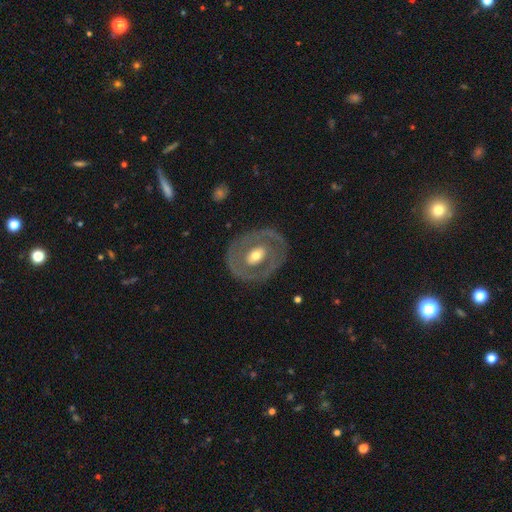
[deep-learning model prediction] smooth_or_featured: featured or disk (p=0.65) [alt: smooth p=0.30]
disk_edge_on: no (p=0.94) [alt: yes p=0.06]
bar: no (p=0.62) [alt: weak p=0.25]
has_spiral_arms: no (p=0.75) [alt: yes p=0.25]
bulge_size: moderate (p=0.66) [alt: small p=0.19]
merging: none (p=0.79) [alt: minor disturbance p=0.12]